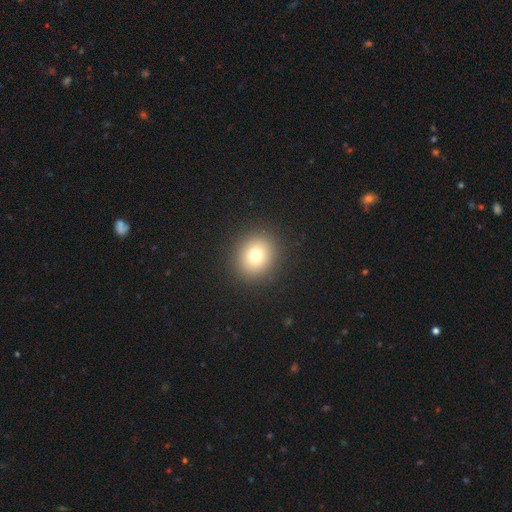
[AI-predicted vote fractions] smooth_or_featured: smooth (p=0.75) [alt: star or artifact p=0.14]
how_rounded: round (p=0.83) [alt: in between p=0.17]
merging: none (p=0.91) [alt: minor disturbance p=0.05]